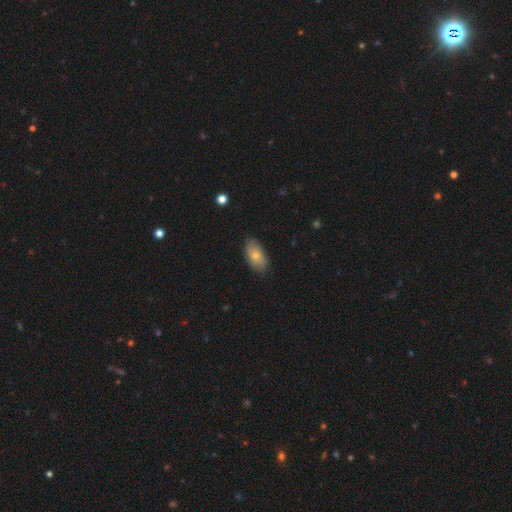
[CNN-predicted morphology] type=smooth (73%); roundness=in between (92%); merging=none (79%).